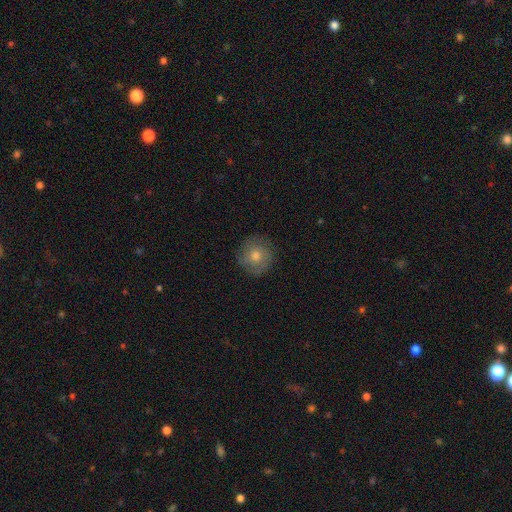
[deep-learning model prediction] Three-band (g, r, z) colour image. It shows a smooth galaxy with no disk features (62%) that is round (94%). Merging: none (86%).